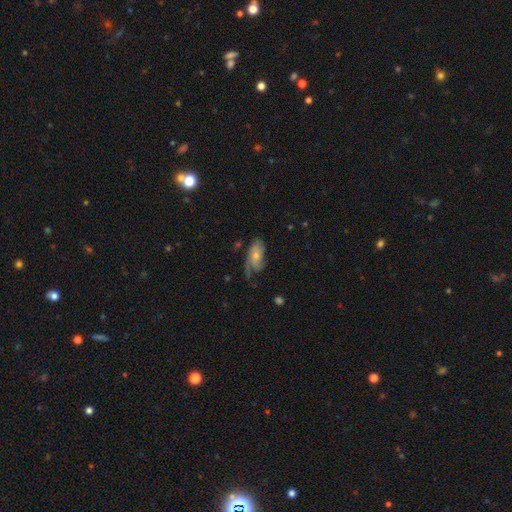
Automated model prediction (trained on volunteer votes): The model was most divided on "merging": none: 44%, minor disturbance: 29%, major disturbance: 24%, merger: 2%. More confident: edge-on disk — no (93%); spiral arms — yes (85%); bar — no (75%); smooth or featured — featured or disk (60%); bulge size — small (55%).